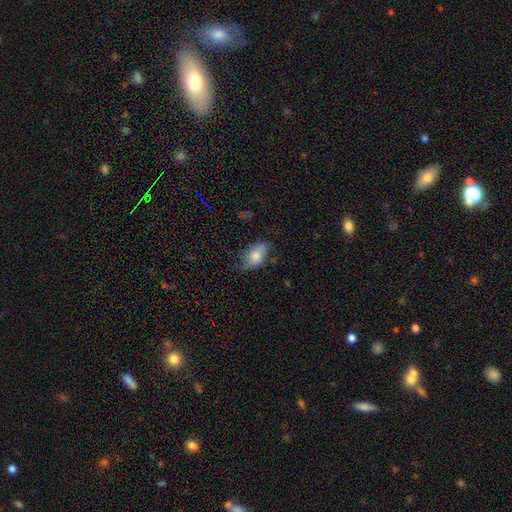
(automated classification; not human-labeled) The model was most divided on "merging": none: 62%, minor disturbance: 28%, major disturbance: 8%, merger: 2%. More confident: how rounded — in between (87%); smooth or featured — smooth (64%).